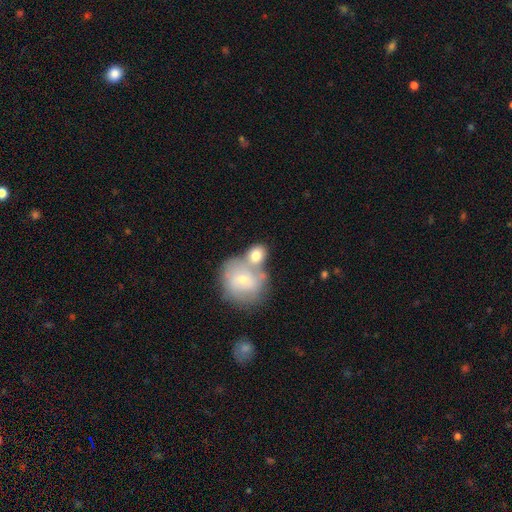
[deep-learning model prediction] This is likely a smooth galaxy (72%). How rounded: likely round (63%). Merging: possibly merger (55%).